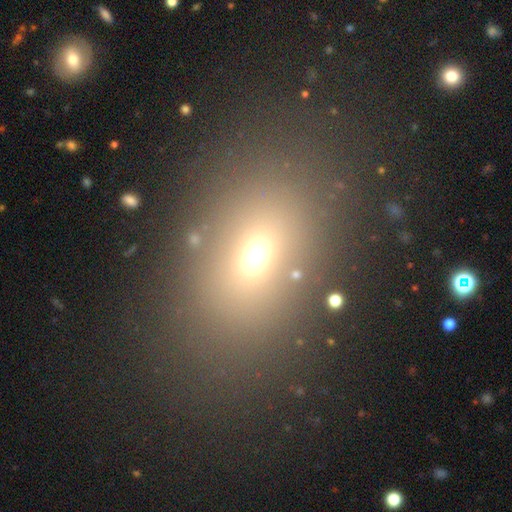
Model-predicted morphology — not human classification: Smooth or featured: smooth — 65% (star or artifact — 22%)
How rounded: in between — 75% (round — 23%)
Merging: none — 80% (minor disturbance — 10%)